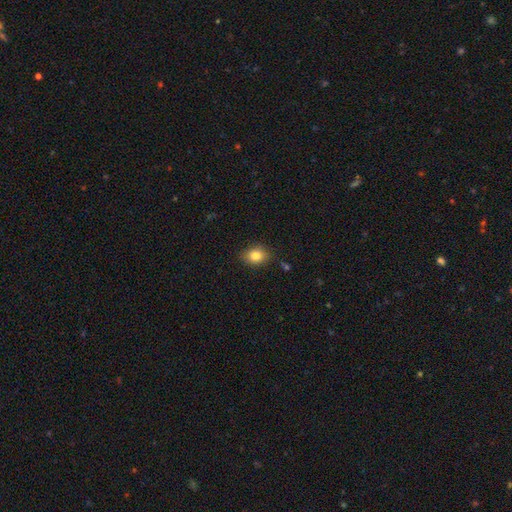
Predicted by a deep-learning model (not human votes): Overall: smooth (83%). How rounded: in between (60%; round 39%). Merging: none (85%).